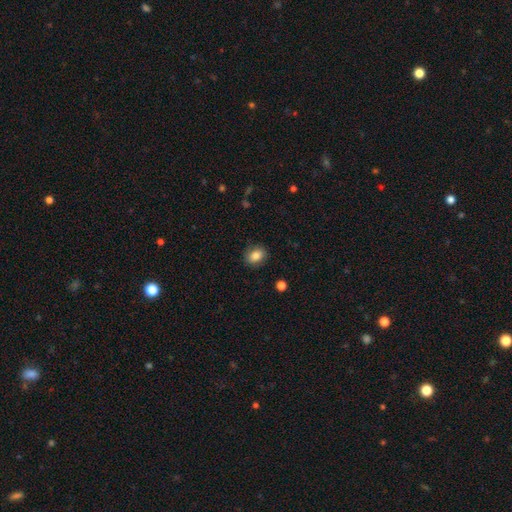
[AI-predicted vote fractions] Smooth or featured: smooth — 85% (star or artifact — 9%)
How rounded: in between — 56% (round — 43%)
Merging: none — 86% (minor disturbance — 10%)